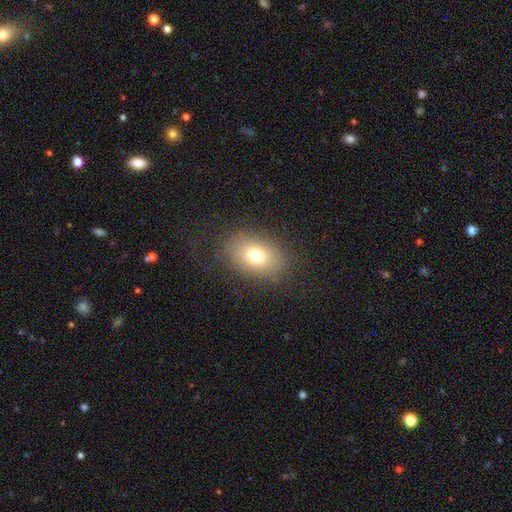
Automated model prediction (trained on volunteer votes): Morphology: type=smooth (75%); roundness=in between (78%); merging=none (82%).